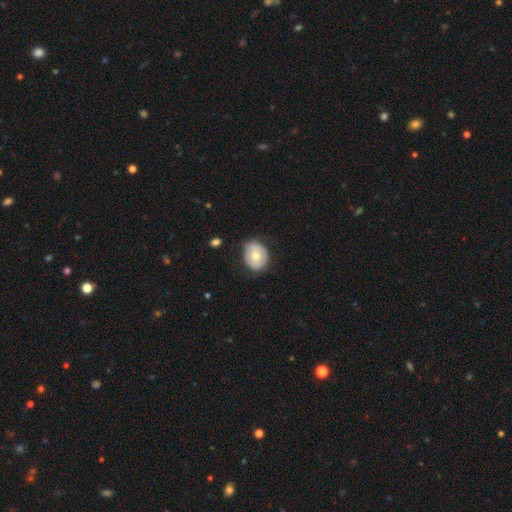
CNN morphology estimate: Smooth or featured? Predicted: smooth (p=0.67). How rounded? Predicted: round (p=0.62). Merging? Predicted: none (p=0.72).